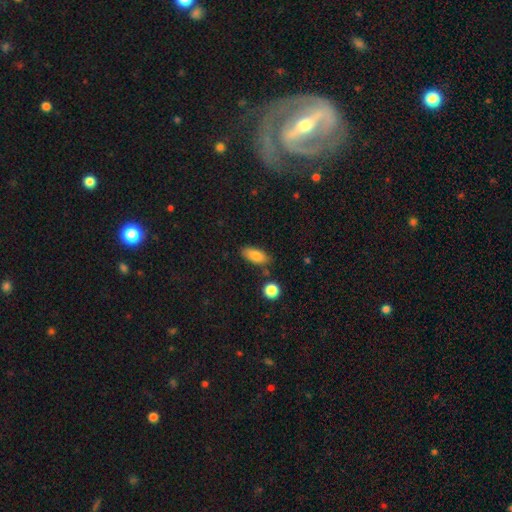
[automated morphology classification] smooth_or_featured: smooth (p=0.85) [alt: featured or disk p=0.08]
how_rounded: in between (p=0.84) [alt: cigar-shaped p=0.12]
merging: none (p=0.79) [alt: minor disturbance p=0.14]